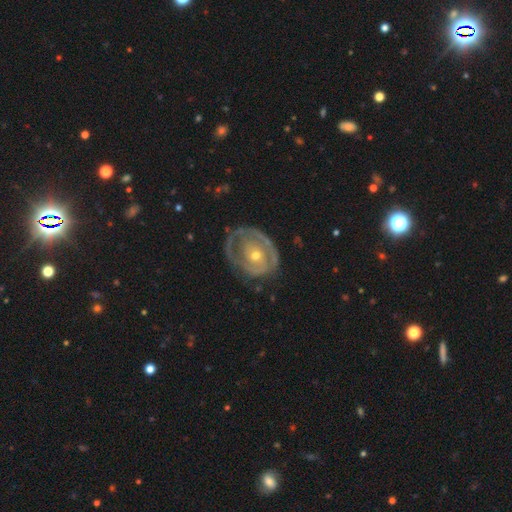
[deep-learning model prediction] Smooth or featured: featured or disk — 77% (smooth — 18%)
Edge-on disk: no — 96% (yes — 4%)
Bar: no — 78% (weak — 17%)
Spiral arms: yes — 63% (no — 37%)
Bulge size: small — 49% (moderate — 48%)
Merging: none — 56% (minor disturbance — 25%)